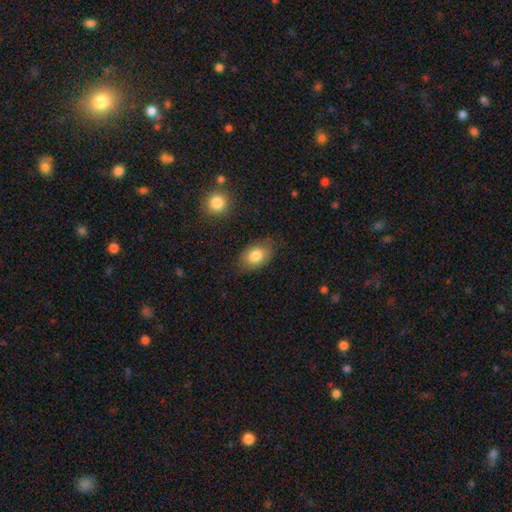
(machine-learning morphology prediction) type=smooth (81%); roundness=in between (86%); merging=none (79%).